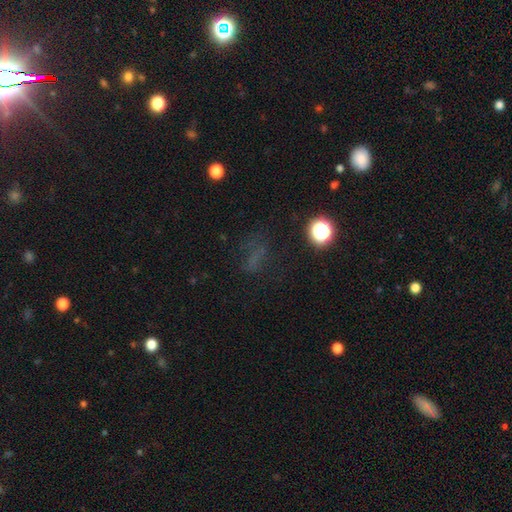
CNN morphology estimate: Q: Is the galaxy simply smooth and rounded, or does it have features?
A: smooth — 41%, tied with star or artifact.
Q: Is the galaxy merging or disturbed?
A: none — 57%.